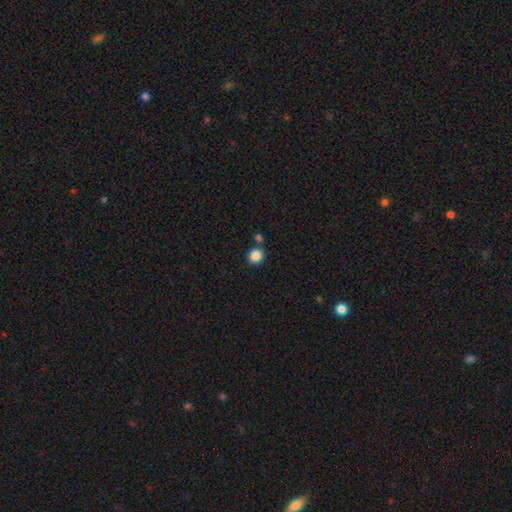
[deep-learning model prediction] Smooth or featured: smooth — 87% (star or artifact — 10%)
How rounded: round — 85% (in between — 14%)
Merging: none — 76% (merger — 13%)